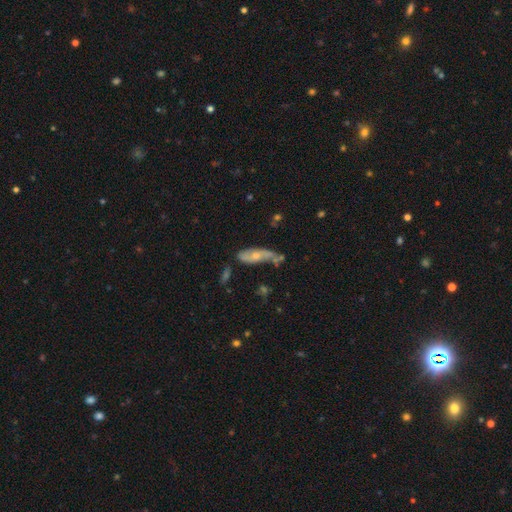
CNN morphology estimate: Smooth or featured: featured or disk — 48% (smooth — 45%)
Merging: none — 44% (minor disturbance — 32%)